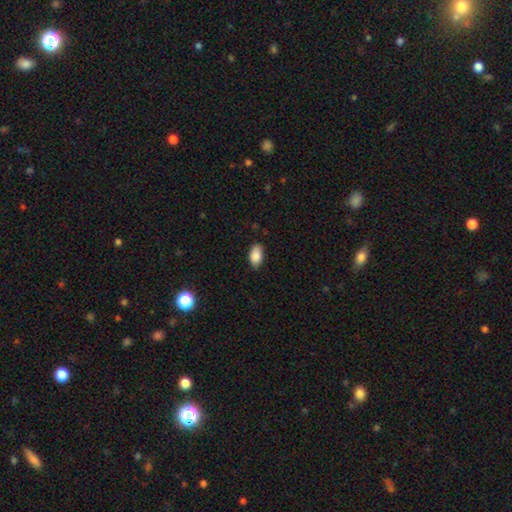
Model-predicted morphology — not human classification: Q: Smooth or featured?
A: smooth (88%); runner-up: star or artifact (7%)
Q: How rounded?
A: in between (93%); runner-up: round (5%)
Q: Merging?
A: none (83%); runner-up: minor disturbance (14%)